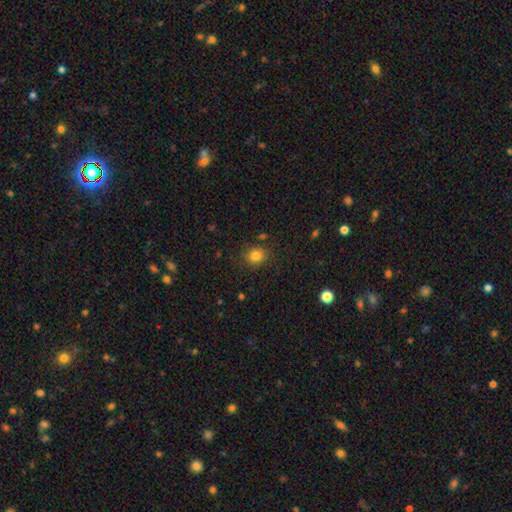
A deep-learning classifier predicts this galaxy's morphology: The model was most divided on "how rounded": round: 78%, in between: 21%, cigar-shaped: 1%. More confident: merging — none (83%); smooth or featured — smooth (82%).